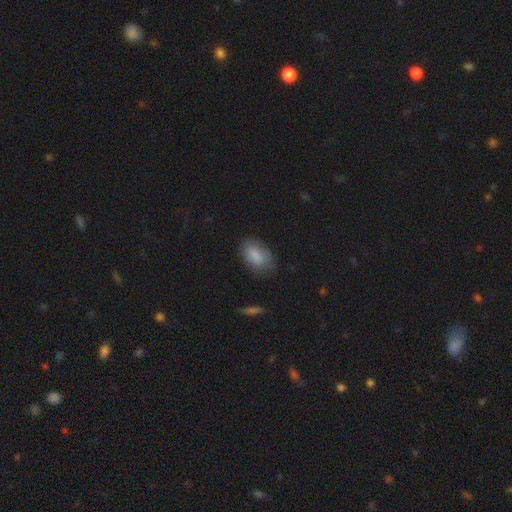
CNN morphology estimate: A smooth galaxy with no disk features (84%) that is in between round and cigar-shaped (92%). Merging: none (72%).